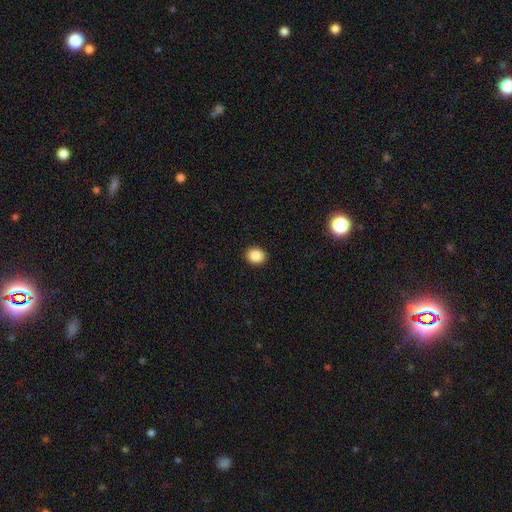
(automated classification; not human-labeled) Smooth or featured?
  - smooth: 87% *
  - star or artifact: 9%
  - featured or disk: 4%
How rounded?
  - round: 72% *
  - in between: 27%
  - cigar-shaped: 1%
Merging?
  - none: 92% *
  - minor disturbance: 6%
  - major disturbance: 2%
  - merger: 1%